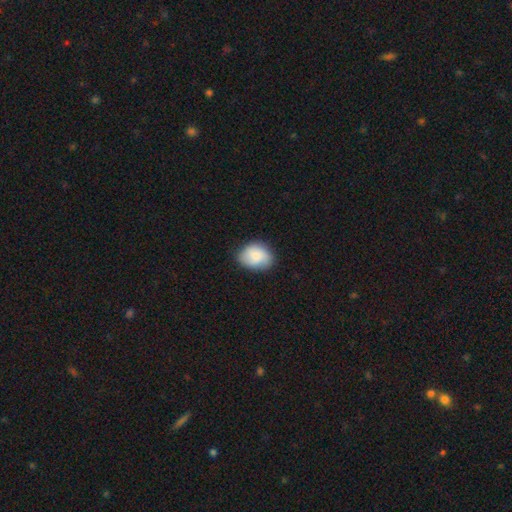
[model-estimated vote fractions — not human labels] Overall: smooth (83%). How rounded: in between (60%; round 39%). Merging: none (76%).